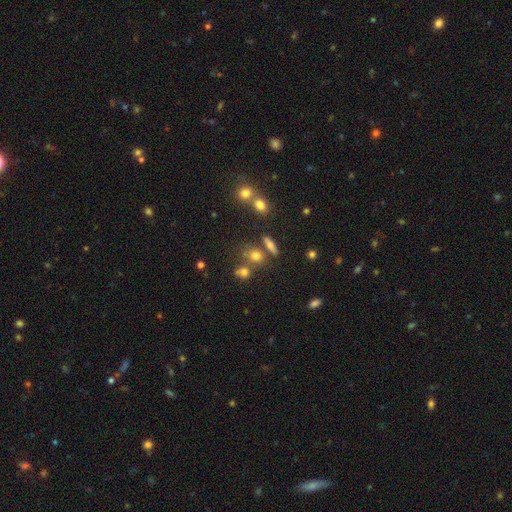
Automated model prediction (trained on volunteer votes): smooth_or_featured: smooth (p=0.63) [alt: star or artifact p=0.23]
how_rounded: round (p=0.52) [alt: in between p=0.41]
merging: none (p=0.59) [alt: merger p=0.23]